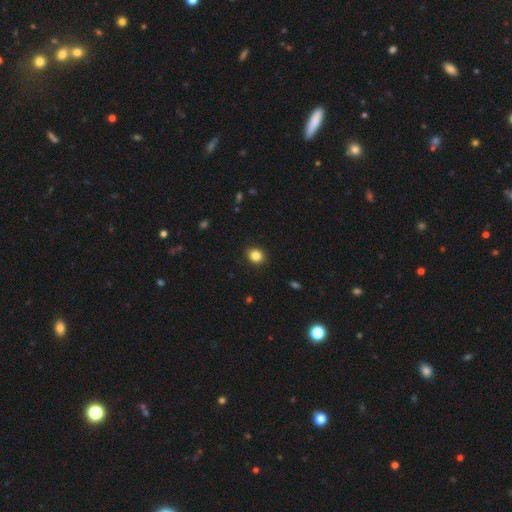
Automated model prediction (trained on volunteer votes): Smooth or featured? Predicted: smooth (p=0.85). How rounded? Predicted: round (p=0.71). Merging? Predicted: none (p=0.91).